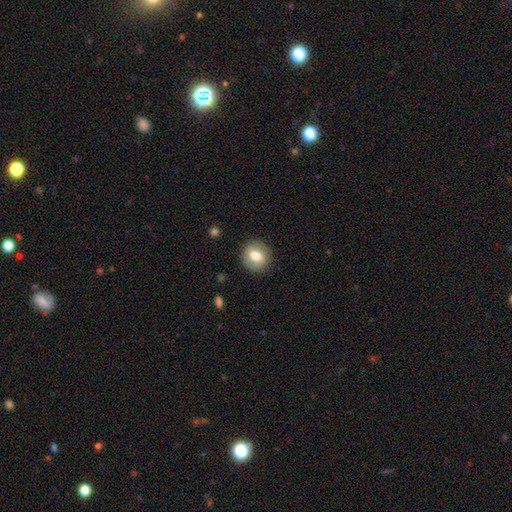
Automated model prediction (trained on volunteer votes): The model was most divided on "smooth or featured": smooth: 73%, featured or disk: 19%, star or artifact: 8%. More confident: merging — none (87%); how rounded — round (81%).